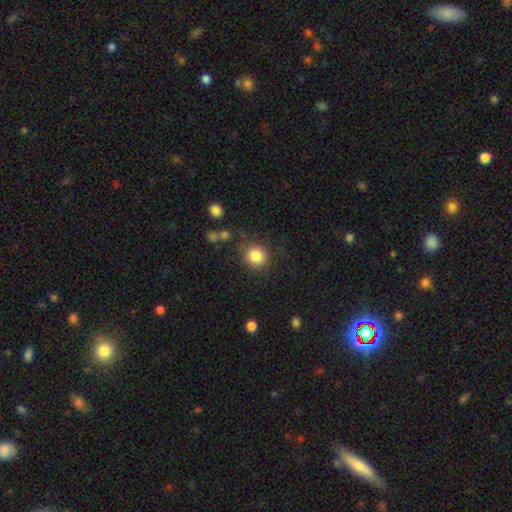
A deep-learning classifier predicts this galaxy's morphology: Smooth or featured: smooth — 84% (star or artifact — 10%)
How rounded: round — 87% (in between — 12%)
Merging: none — 79% (minor disturbance — 12%)